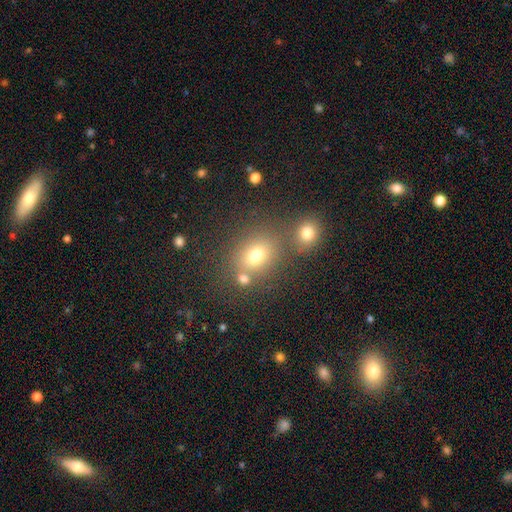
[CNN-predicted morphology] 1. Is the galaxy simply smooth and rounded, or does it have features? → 71% smooth, 18% star or artifact, 11% featured or disk.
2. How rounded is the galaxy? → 55% round, 44% in between, 1% cigar-shaped.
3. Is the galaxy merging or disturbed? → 63% none, 22% merger, 11% minor disturbance, 5% major disturbance.